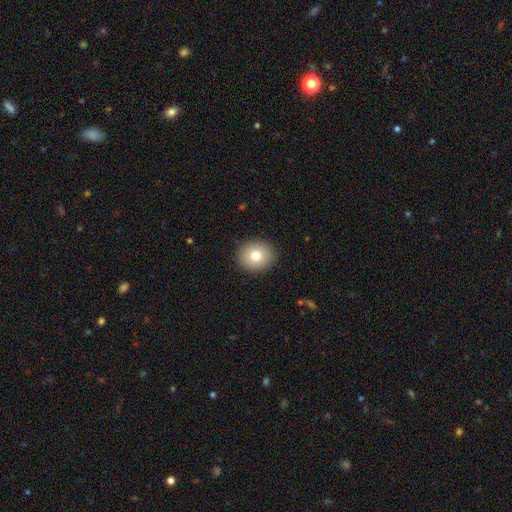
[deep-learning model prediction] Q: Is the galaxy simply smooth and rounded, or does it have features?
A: smooth — 80%.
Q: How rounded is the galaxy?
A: round — 79%.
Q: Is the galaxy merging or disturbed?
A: none — 91%.